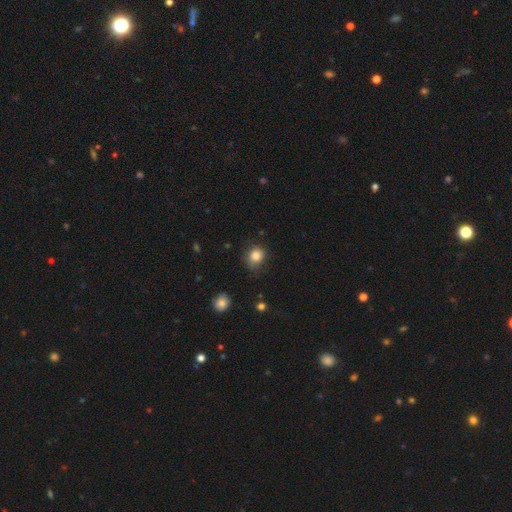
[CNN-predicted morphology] Smooth or featured? Predicted: smooth (p=0.84). How rounded? Predicted: round (p=0.81). Merging? Predicted: none (p=0.71).